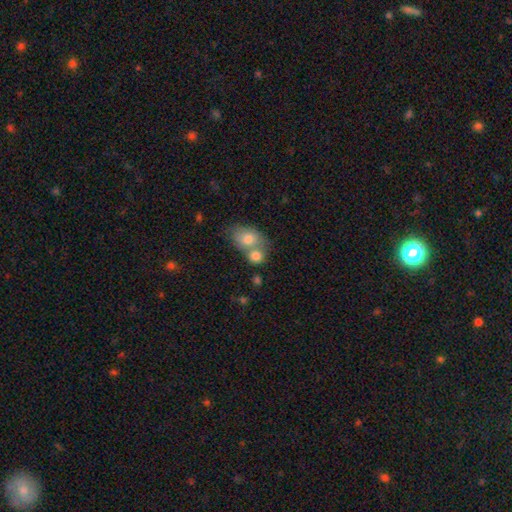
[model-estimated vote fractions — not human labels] The model was most divided on "how rounded": round: 53%, in between: 46%, cigar-shaped: 1%. More confident: smooth or featured — smooth (79%); merging — merger (55%).